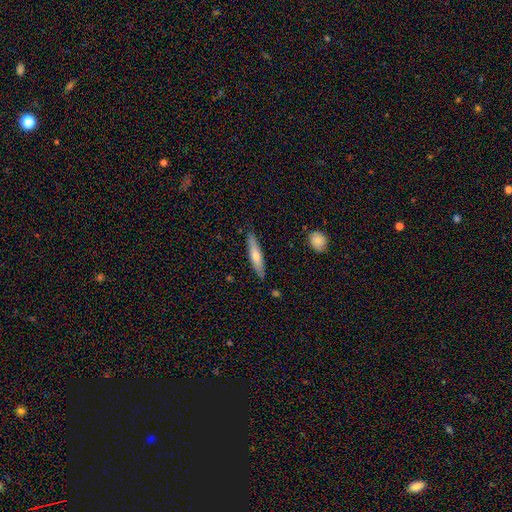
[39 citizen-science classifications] Volunteers were most divided on "smooth or featured": smooth: 72%, featured or disk: 23%, star or artifact: 5%. More confident: merging — none (97%); how rounded — cigar-shaped (89%).